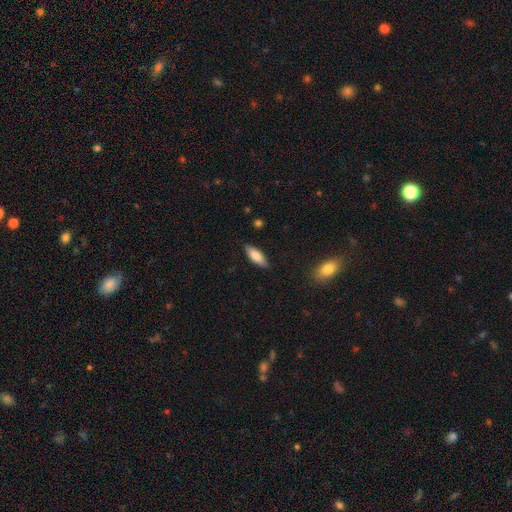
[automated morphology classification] smooth-or-featured: smooth: 80% | featured or disk: 14% | star or artifact: 6%
  how-rounded: in between: 68% | cigar-shaped: 30% | round: 2%
  merging: none: 85% | minor disturbance: 11% | major disturbance: 2% | merger: 1%